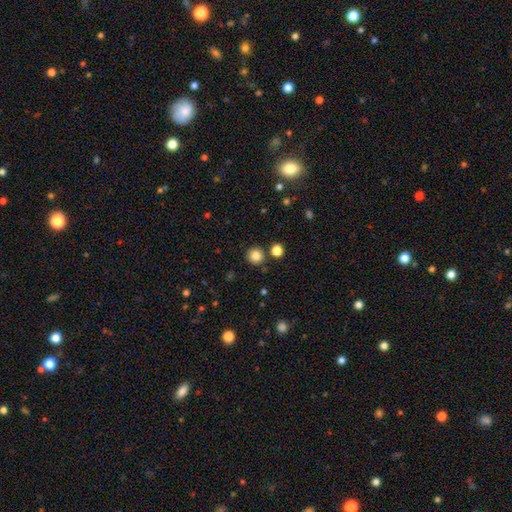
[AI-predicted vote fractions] Smooth or featured? smooth (83%)
How rounded? round (94%)
Merging? none (88%)